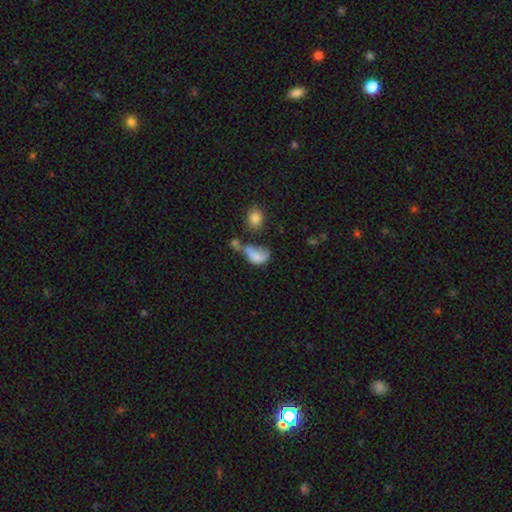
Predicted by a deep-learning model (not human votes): A smooth galaxy with no disk features (65%) that is in between round and cigar-shaped (84%). Merging: major disturbance (34%).